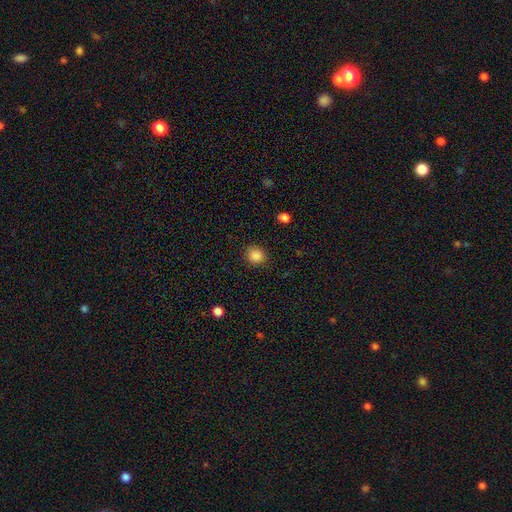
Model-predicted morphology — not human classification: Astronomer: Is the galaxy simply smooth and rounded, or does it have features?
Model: smooth — 87%.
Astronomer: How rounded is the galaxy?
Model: round — 81%.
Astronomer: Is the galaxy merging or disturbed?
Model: none — 87%.